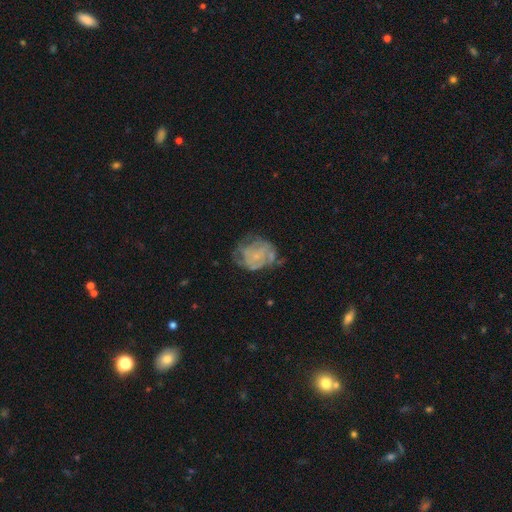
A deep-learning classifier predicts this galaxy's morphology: This is likely a featured or disk galaxy (65%). It is clearly not viewed edge-on (98%). Bar: likely no (79%). Spiral arm pattern: likely yes (62%). Central bulge: likely small (63%). Merging: possibly none (47%).